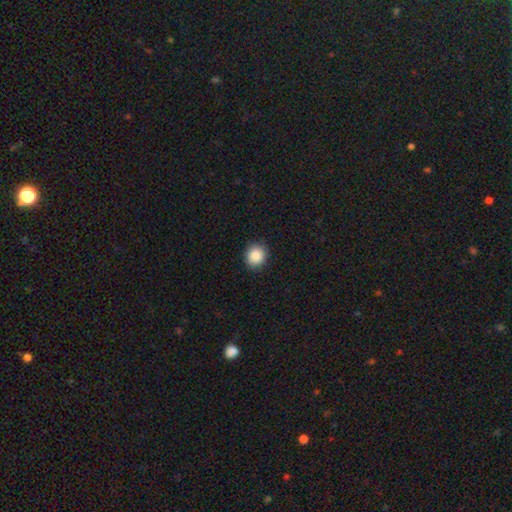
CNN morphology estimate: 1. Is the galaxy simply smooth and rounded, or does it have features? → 88% smooth, 9% star or artifact, 4% featured or disk.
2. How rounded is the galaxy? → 76% round, 23% in between, 1% cigar-shaped.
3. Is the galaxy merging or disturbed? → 89% none, 8% minor disturbance, 2% major disturbance, 1% merger.